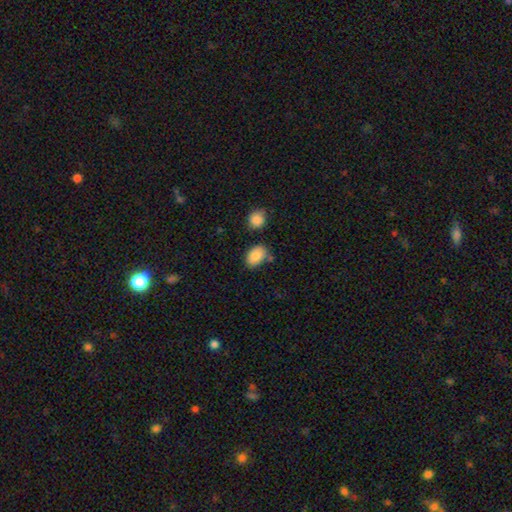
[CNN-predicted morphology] smooth-or-featured: smooth: 87% | star or artifact: 7% | featured or disk: 6%
  how-rounded: in between: 85% | round: 14% | cigar-shaped: 1%
  merging: none: 72% | minor disturbance: 16% | merger: 8% | major disturbance: 4%